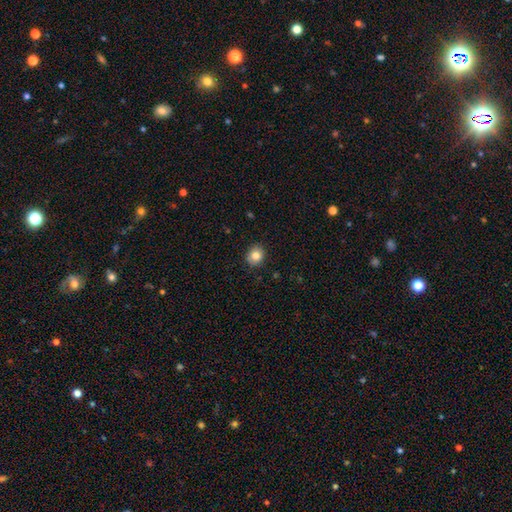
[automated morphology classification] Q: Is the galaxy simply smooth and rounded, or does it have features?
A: smooth — 82%.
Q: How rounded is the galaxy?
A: round — 71%.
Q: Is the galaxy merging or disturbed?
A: none — 88%.